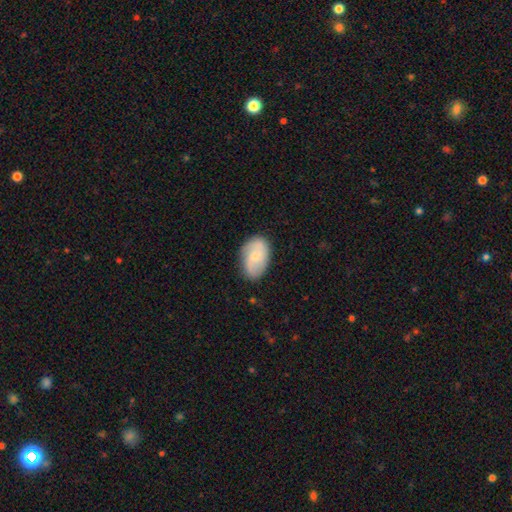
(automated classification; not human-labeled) This is possibly a smooth galaxy (49%). Merging: likely none (76%).